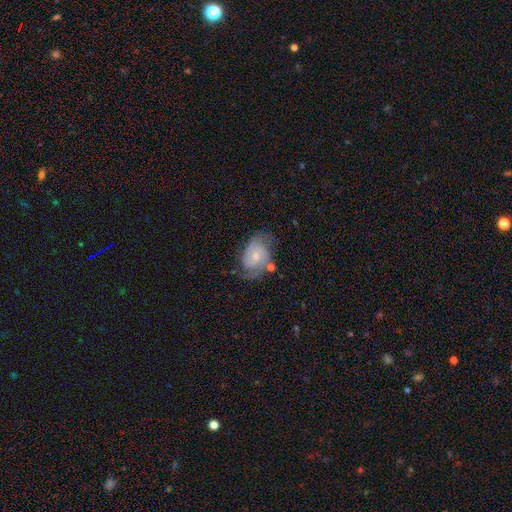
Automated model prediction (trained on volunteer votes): featured or disk 76%, smooth 18%, star or artifact 6%. Down the decision tree: edge-on disk — no (97%); bar — no (63%); spiral arms — yes (93%); spiral arm count — 2 (77%); spiral winding — medium (46%); bulge size — small (54%); merging — none (61%).